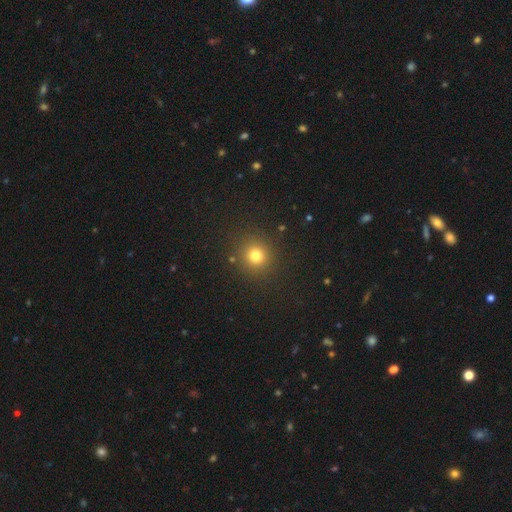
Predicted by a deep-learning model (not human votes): The model was most divided on "smooth or featured": smooth: 76%, star or artifact: 18%, featured or disk: 6%. More confident: how rounded — round (91%); merging — none (89%).